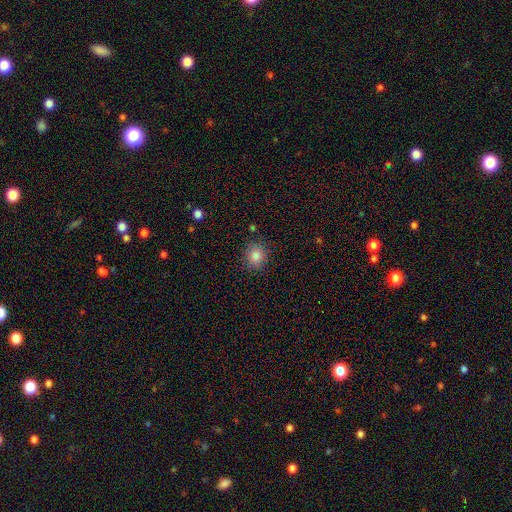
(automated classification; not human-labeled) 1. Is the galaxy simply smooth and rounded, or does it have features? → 84% smooth, 10% star or artifact, 5% featured or disk.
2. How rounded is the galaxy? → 80% round, 19% in between, 1% cigar-shaped.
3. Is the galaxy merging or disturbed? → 85% none, 10% minor disturbance, 3% major disturbance, 2% merger.